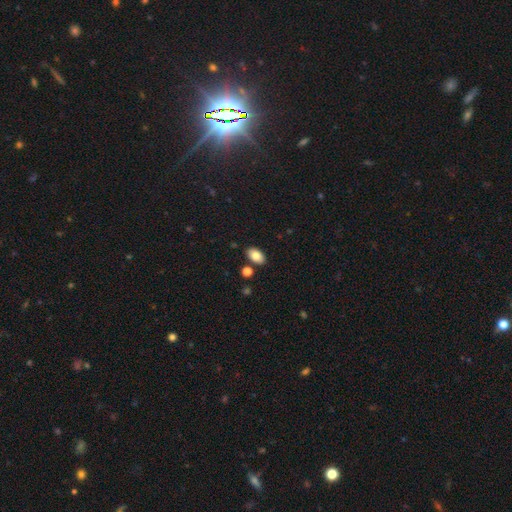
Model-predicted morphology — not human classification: Smooth or featured? smooth (83%)
How rounded? in between (93%)
Merging? none (83%)